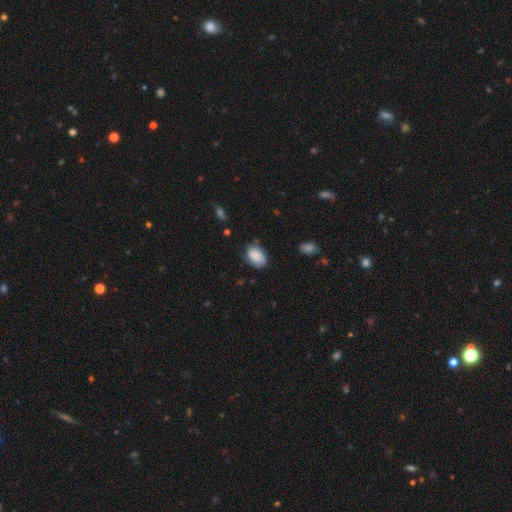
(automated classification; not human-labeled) smooth-or-featured: smooth: 84% | featured or disk: 9% | star or artifact: 7%
  how-rounded: in between: 85% | round: 14% | cigar-shaped: 1%
  merging: none: 72% | minor disturbance: 22% | major disturbance: 5% | merger: 2%